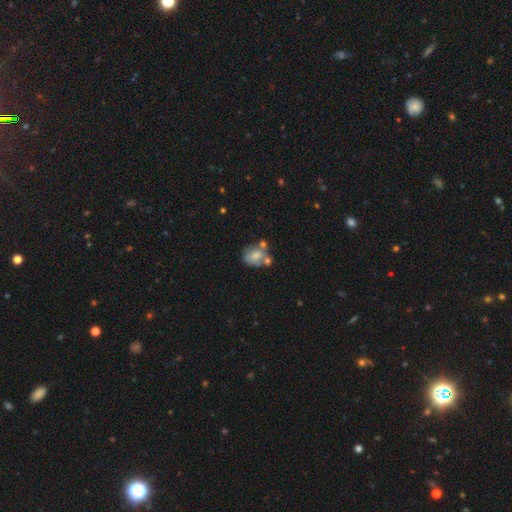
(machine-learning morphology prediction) smooth 54%, featured or disk 37%, star or artifact 10%. Down the decision tree: how rounded — in between (52%); merging — none (36%).